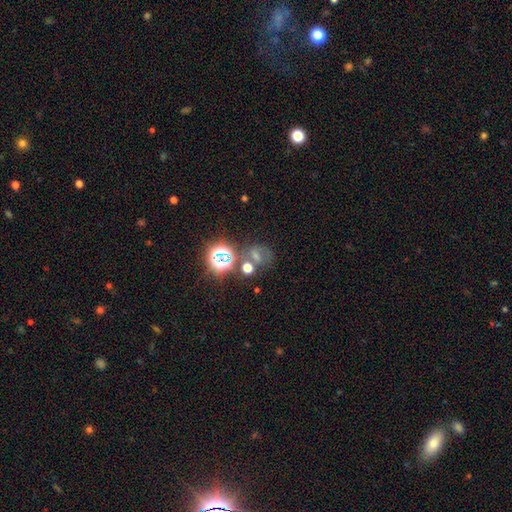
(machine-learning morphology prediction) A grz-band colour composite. It shows a star or artifact, not a galaxy (55%).